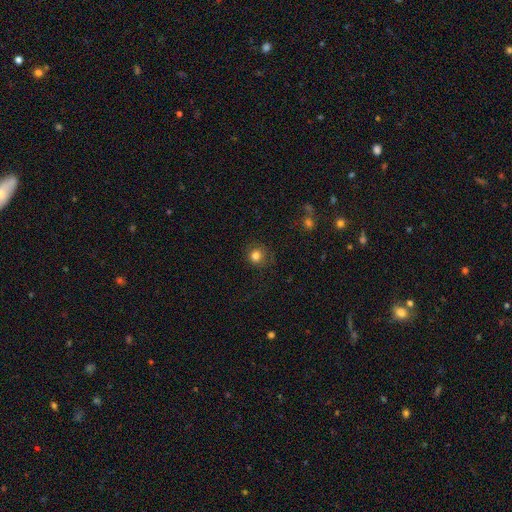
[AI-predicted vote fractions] Morphology: type=smooth (81%); roundness=round (89%); merging=none (80%).